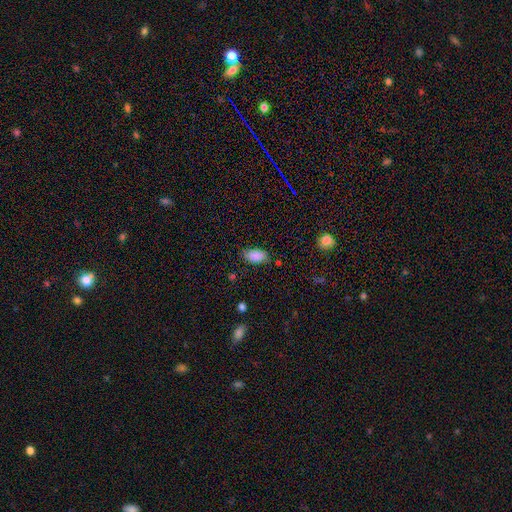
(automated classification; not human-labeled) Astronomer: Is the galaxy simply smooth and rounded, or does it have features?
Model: smooth — 87%.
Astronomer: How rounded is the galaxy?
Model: in between — 93%.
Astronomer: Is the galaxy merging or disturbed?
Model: none — 78%.